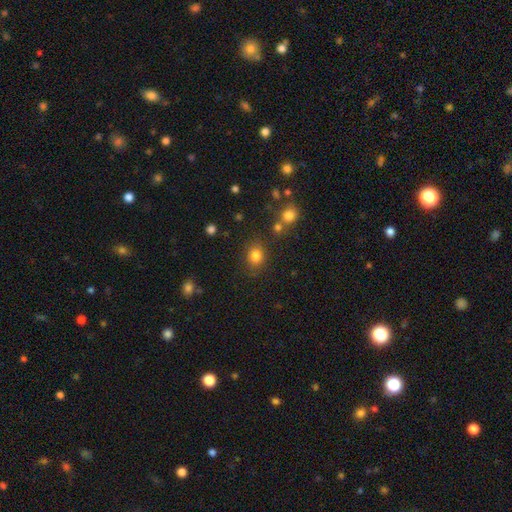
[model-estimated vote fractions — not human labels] A smooth galaxy with no disk features (81%) that is round (60%). Merging: none (77%).